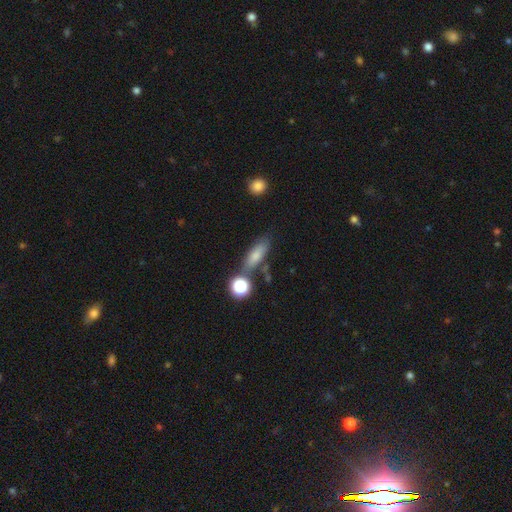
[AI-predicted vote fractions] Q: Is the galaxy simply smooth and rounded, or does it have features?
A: smooth — 73%.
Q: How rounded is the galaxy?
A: in between — 59%.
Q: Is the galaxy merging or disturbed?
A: none — 65%.